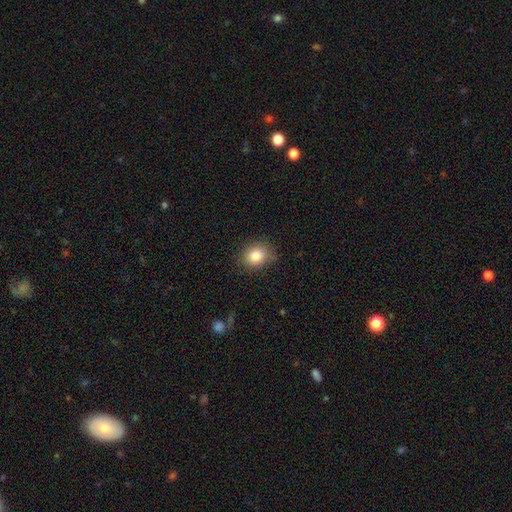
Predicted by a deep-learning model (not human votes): smooth 83%, star or artifact 10%, featured or disk 7%. Down the decision tree: how rounded — round (60%); merging — none (76%).